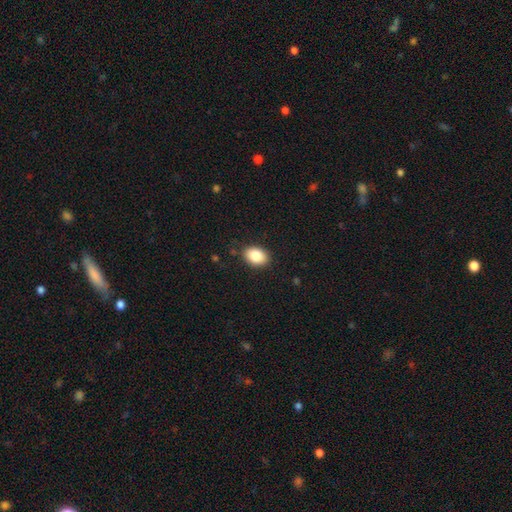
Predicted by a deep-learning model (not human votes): A smooth galaxy with no disk features (85%) that is in between round and cigar-shaped (79%). Merging: none (86%).